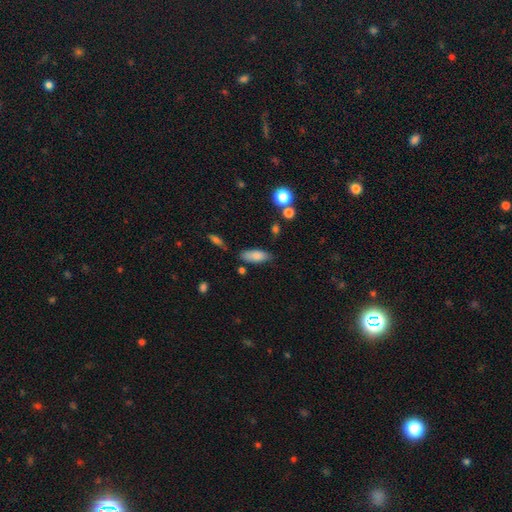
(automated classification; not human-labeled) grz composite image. It shows a smooth galaxy with no disk features (83%) that is in between round and cigar-shaped (77%). Merging: none (73%).